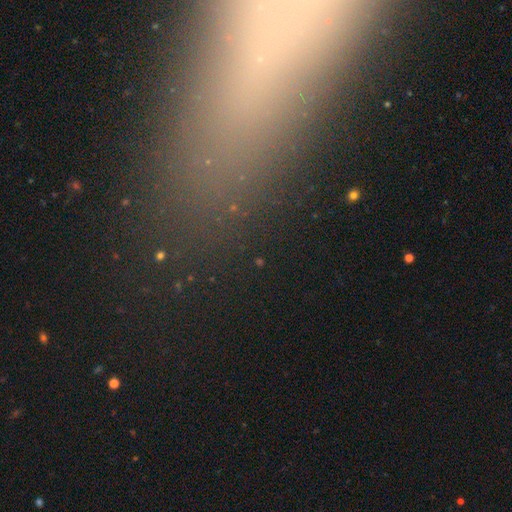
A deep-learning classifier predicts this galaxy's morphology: smooth-or-featured: star or artifact: 43% | smooth: 34% | featured or disk: 23%